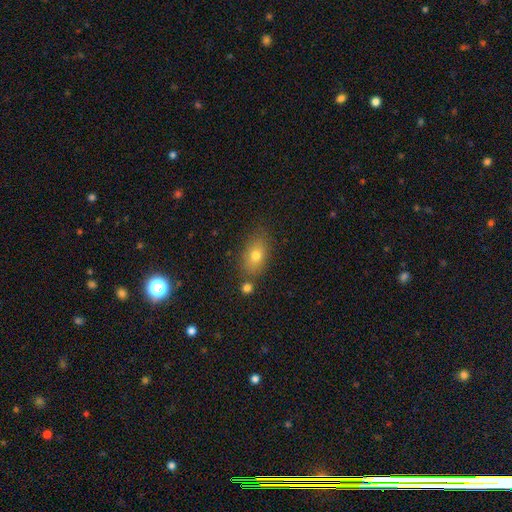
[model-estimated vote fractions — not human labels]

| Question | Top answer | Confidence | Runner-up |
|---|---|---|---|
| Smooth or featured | smooth | 74% | featured or disk (15%) |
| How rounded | in between | 83% | round (14%) |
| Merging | none | 76% | minor disturbance (13%) |